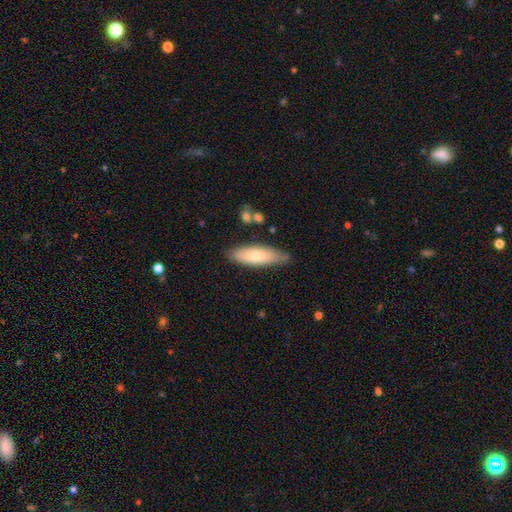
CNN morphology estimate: A smooth galaxy with no disk features (70%) that is cigar-shaped (51%). Merging: none (74%).